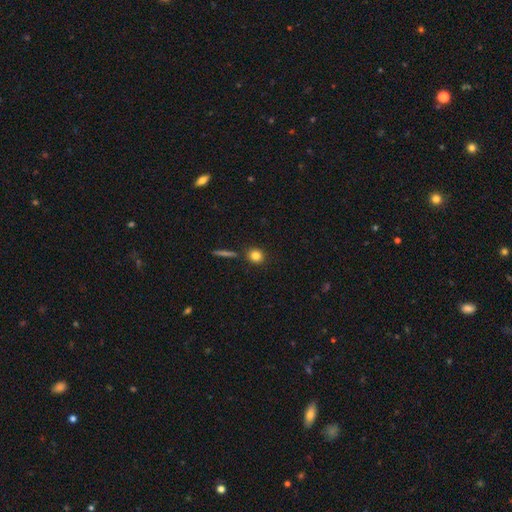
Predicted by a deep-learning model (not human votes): Smooth or featured? Predicted: smooth (p=0.82). How rounded? Predicted: round (p=0.82). Merging? Predicted: none (p=0.87).